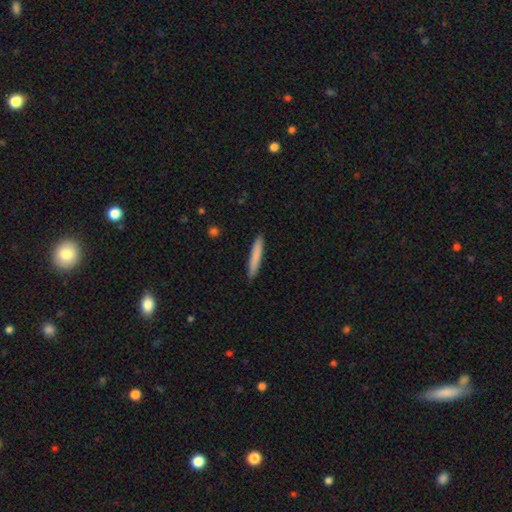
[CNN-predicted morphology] smooth_or_featured: smooth (p=0.81) [alt: featured or disk p=0.13]
how_rounded: cigar-shaped (p=0.94) [alt: in between p=0.05]
merging: none (p=0.90) [alt: minor disturbance p=0.07]